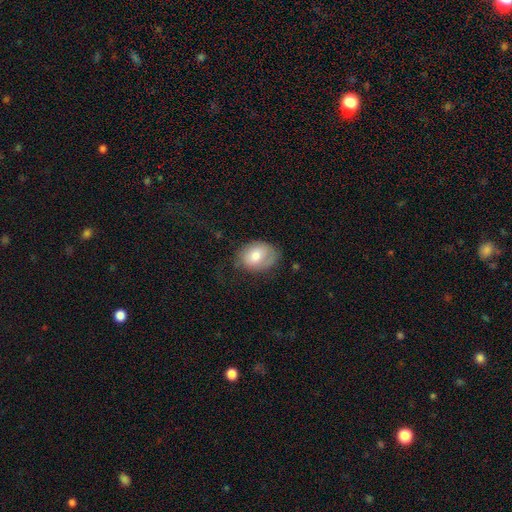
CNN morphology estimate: smooth 68%, featured or disk 25%, star or artifact 7%. Down the decision tree: how rounded — in between (74%); merging — none (56%).